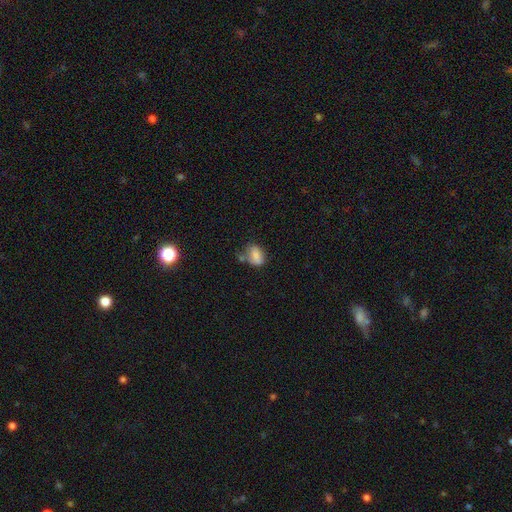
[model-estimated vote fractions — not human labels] A smooth galaxy with no disk features (75%) that is in between round and cigar-shaped (75%). Merging: none (47%).